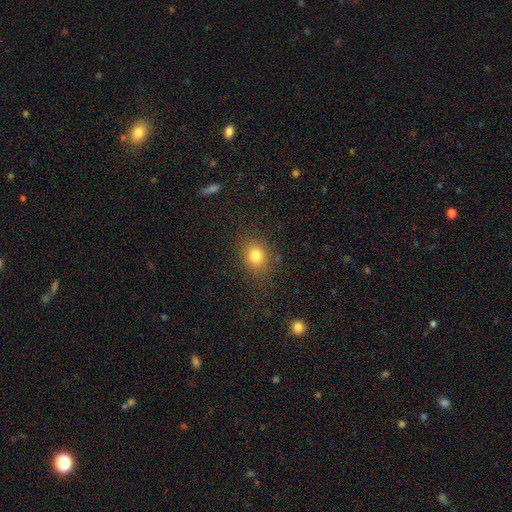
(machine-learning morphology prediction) A smooth galaxy with no disk features (80%) that is round (56%). Merging: none (80%).